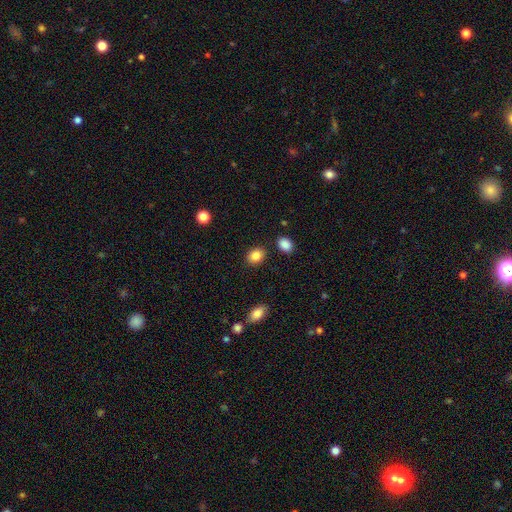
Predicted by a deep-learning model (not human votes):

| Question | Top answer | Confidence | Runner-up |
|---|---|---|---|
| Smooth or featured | smooth | 86% | star or artifact (9%) |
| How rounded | in between | 57% | round (42%) |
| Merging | none | 85% | minor disturbance (8%) |